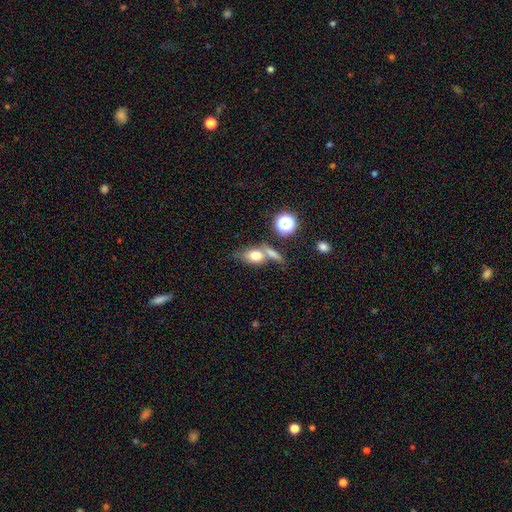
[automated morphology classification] smooth-or-featured: smooth: 71% | featured or disk: 17% | star or artifact: 12%
  how-rounded: in between: 62% | round: 28% | cigar-shaped: 10%
  merging: none: 44% | merger: 37% | minor disturbance: 12% | major disturbance: 7%